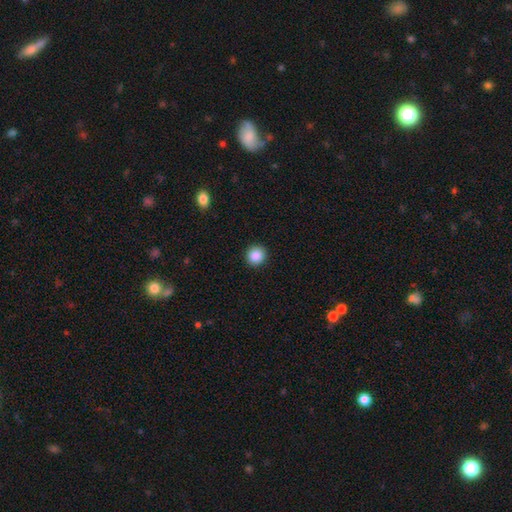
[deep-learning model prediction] Smooth or featured: smooth — 88% (star or artifact — 9%)
How rounded: round — 92% (in between — 7%)
Merging: none — 92% (minor disturbance — 5%)